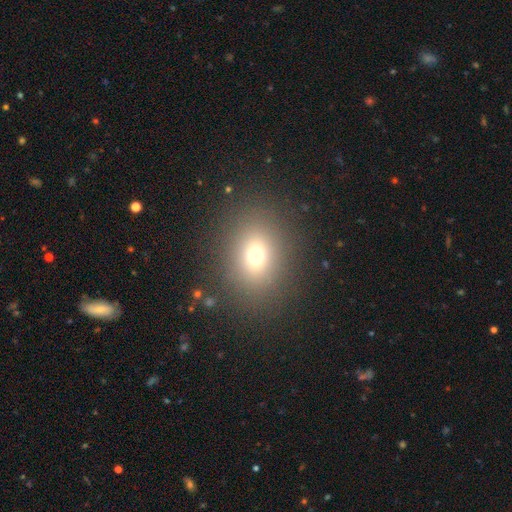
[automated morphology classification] type=smooth (69%); roundness=round (55%); merging=none (85%).